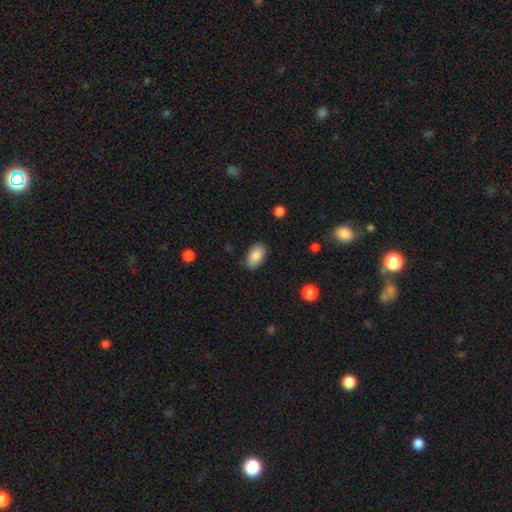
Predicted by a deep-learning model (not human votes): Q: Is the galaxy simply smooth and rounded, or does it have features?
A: smooth — 87%.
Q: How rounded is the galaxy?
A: in between — 92%.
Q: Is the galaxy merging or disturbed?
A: none — 84%.